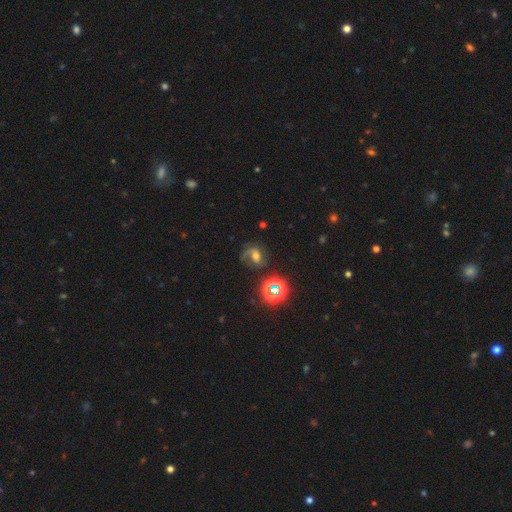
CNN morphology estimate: smooth-or-featured: featured or disk: 60% | star or artifact: 20% | smooth: 20%
  disk-edge-on: no: 97% | yes: 3%
    bar: weak: 43% | no: 39% | strong: 18%
    has-spiral-arms: yes: 90% | no: 10%
      spiral-winding: medium: 43% | loose: 39% | tight: 18%
      spiral-arm-count: 1: 50% | 2: 40% | can't tell: 6% | 3: 2% | 4: 1% | more than 4: 1%
    bulge-size: moderate: 53% | small: 26% | large: 13% | none: 6% | dominant: 3%
  merging: none: 52% | major disturbance: 24% | minor disturbance: 20% | merger: 4%